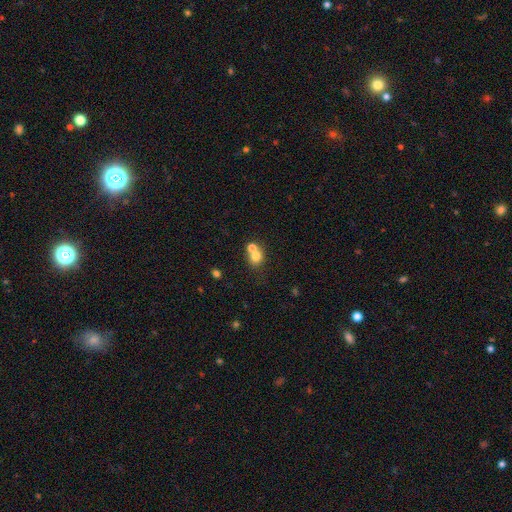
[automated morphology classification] type=smooth (74%); roundness=round (76%); merging=merger (54%).